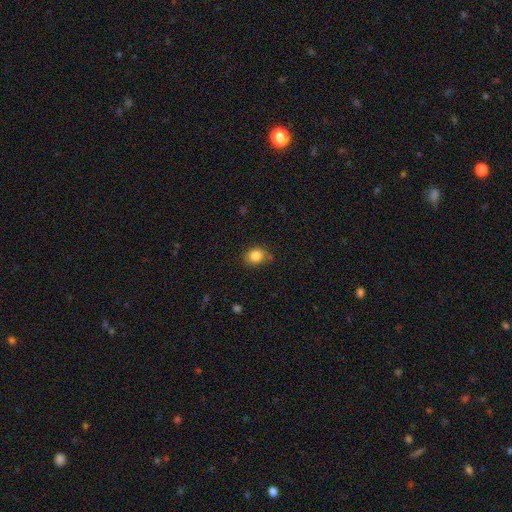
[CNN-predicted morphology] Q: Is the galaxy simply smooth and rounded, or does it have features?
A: smooth — 84%.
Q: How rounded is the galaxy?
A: round — 64%.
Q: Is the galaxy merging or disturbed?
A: none — 76%.